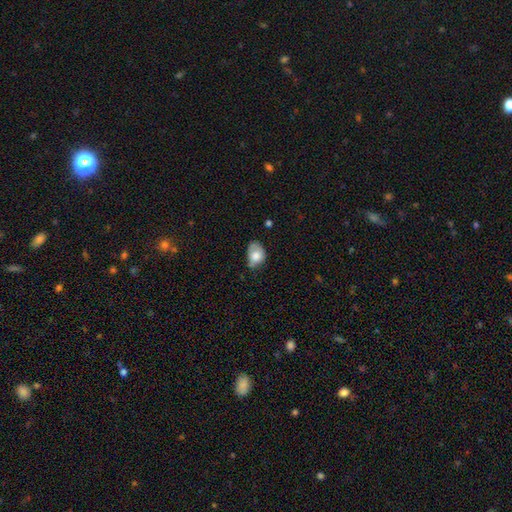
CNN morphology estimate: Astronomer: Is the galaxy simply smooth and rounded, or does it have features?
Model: smooth — 75%.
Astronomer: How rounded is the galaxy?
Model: in between — 70%.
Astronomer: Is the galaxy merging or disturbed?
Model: minor disturbance — 45% (runner-up: none, 31%).